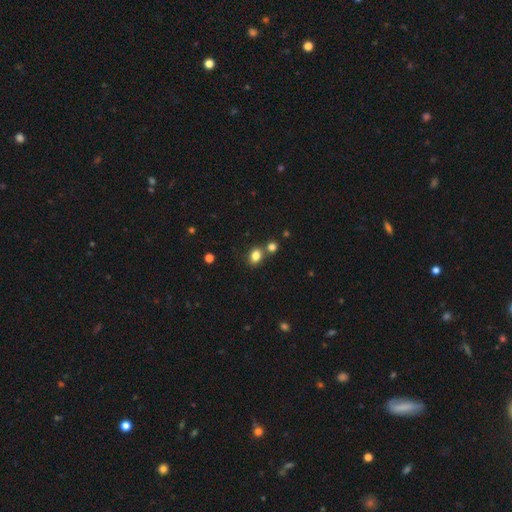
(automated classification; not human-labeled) smooth 82%, star or artifact 12%, featured or disk 6%. Down the decision tree: how rounded — in between (58%); merging — none (65%).